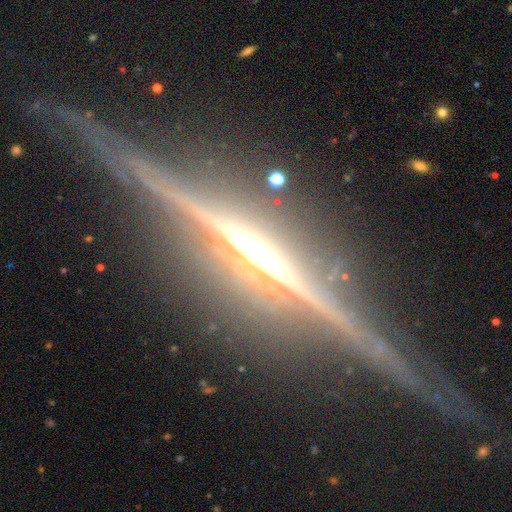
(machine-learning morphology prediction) type=featured or disk (88%); edge-on=yes (96%); edge-on bulge=rounded (63%); merging=none (83%).